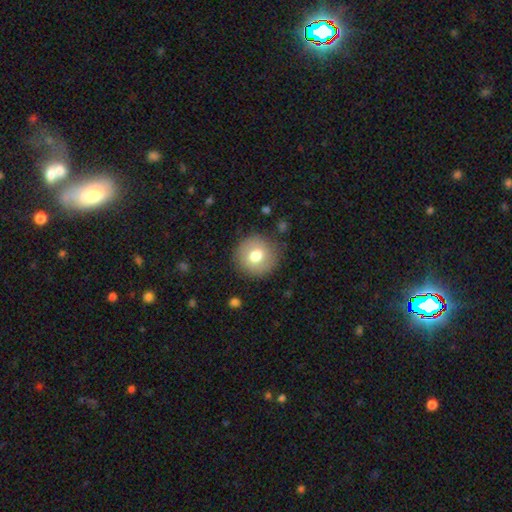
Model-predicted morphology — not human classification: Overall: smooth (73%). How rounded: round (93%). Merging: none (86%).